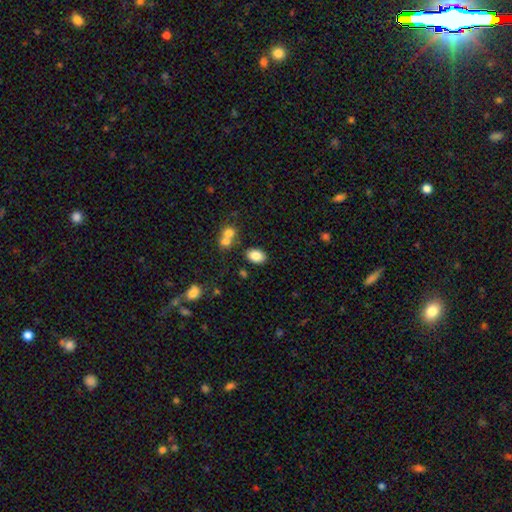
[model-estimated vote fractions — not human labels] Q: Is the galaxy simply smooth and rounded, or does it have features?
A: smooth — 83%.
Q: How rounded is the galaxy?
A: in between — 82%.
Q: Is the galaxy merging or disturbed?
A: none — 79%.